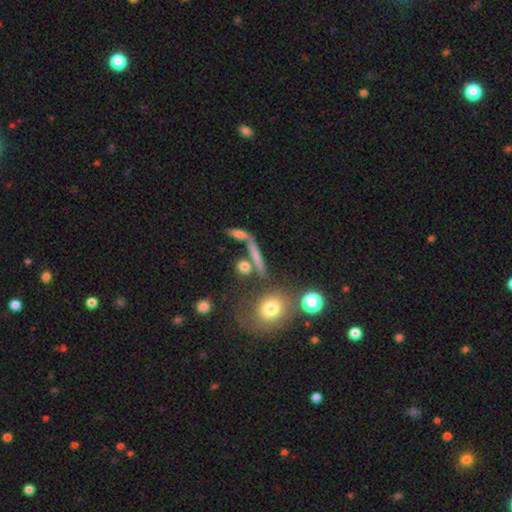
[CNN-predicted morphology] Overall: smooth (58%; featured or disk 28%). How rounded: cigar-shaped (66%). Merging: none (57%; merger 23%).